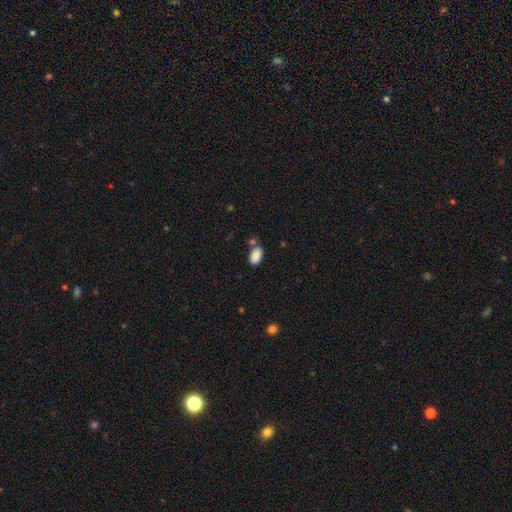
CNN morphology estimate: The model was most divided on "merging": none: 66%, minor disturbance: 16%, merger: 14%, major disturbance: 4%. More confident: how rounded — in between (93%); smooth or featured — smooth (88%).